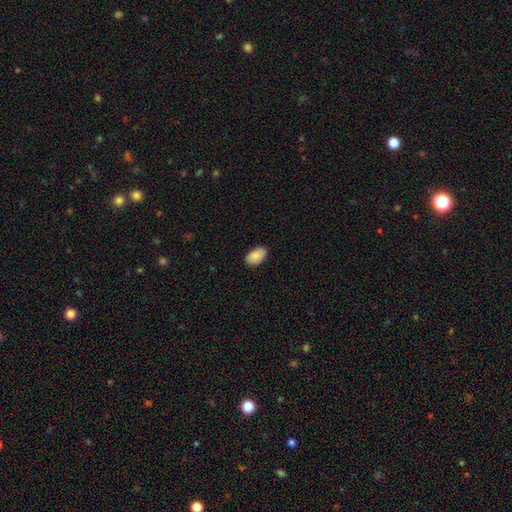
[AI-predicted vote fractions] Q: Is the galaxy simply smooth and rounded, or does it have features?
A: smooth — 86%.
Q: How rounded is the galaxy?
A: in between — 93%.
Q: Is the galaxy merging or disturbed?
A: none — 87%.